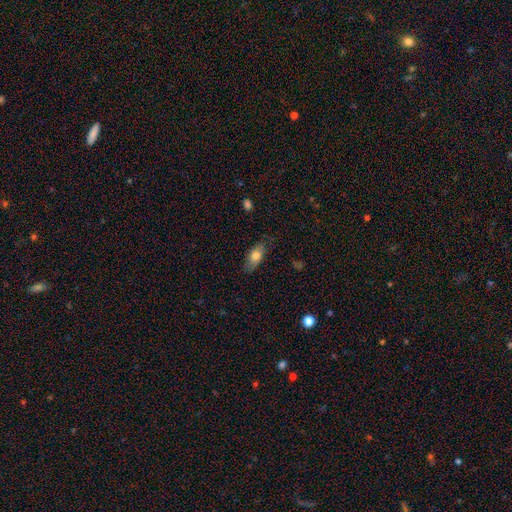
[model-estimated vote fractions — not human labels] smooth 75%, featured or disk 19%, star or artifact 7%. Down the decision tree: how rounded — in between (84%); merging — none (78%).